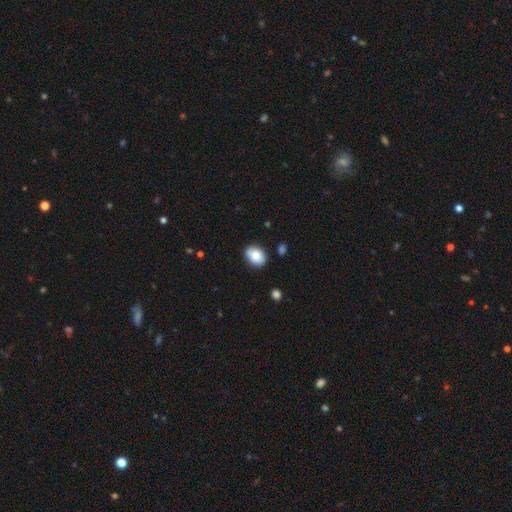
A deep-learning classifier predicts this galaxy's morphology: Smooth or featured: smooth — 81% (featured or disk — 11%)
How rounded: in between — 74% (round — 25%)
Merging: none — 83% (minor disturbance — 12%)